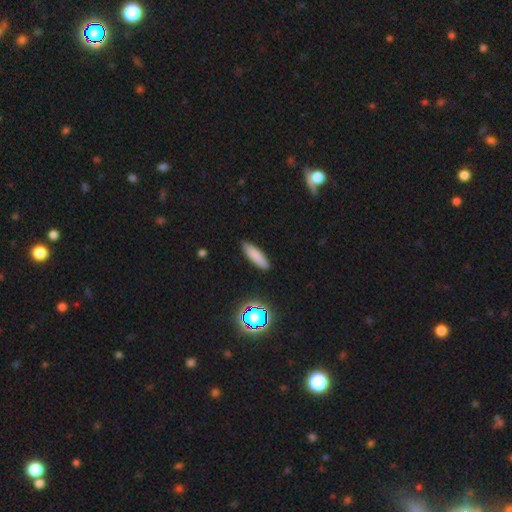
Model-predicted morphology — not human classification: This appears to be a smooth galaxy with no disk features (81%) that is cigar-shaped (67%). Merging: none (87%).